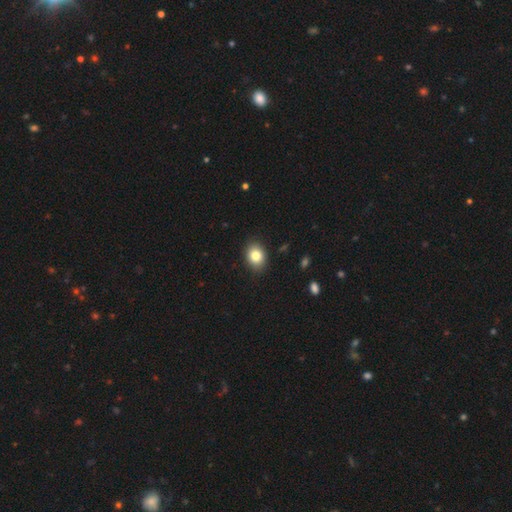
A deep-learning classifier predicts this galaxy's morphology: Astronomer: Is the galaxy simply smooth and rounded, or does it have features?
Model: smooth — 83%.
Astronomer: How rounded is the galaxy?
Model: in between — 56% (runner-up: round, 43%).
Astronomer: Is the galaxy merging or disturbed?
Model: none — 88%.